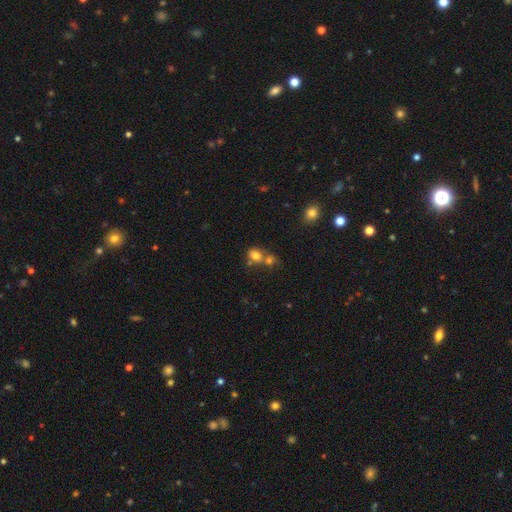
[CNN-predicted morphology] type=smooth (75%); roundness=round (51%); merging=merger (51%).